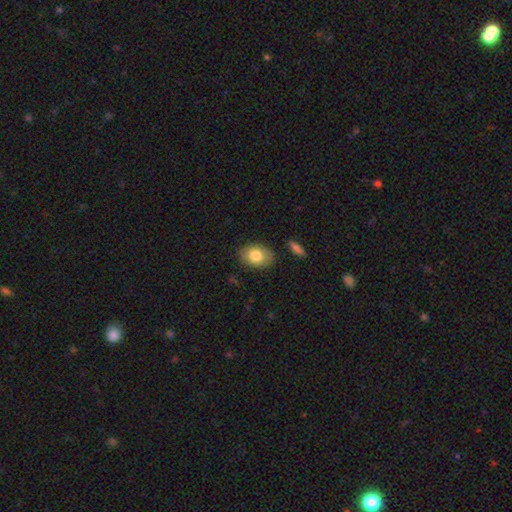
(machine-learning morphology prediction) smooth_or_featured: smooth (p=0.79) [alt: featured or disk p=0.14]
how_rounded: in between (p=0.80) [alt: round p=0.19]
merging: none (p=0.84) [alt: minor disturbance p=0.11]